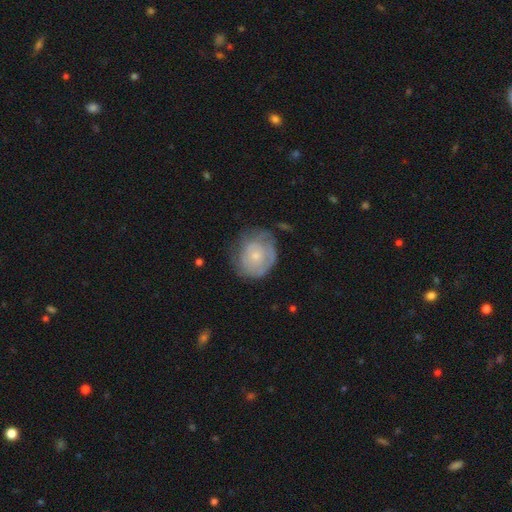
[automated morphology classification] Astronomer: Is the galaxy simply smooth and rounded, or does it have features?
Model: featured or disk — 53% (runner-up: smooth, 40%).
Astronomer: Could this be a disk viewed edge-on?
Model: no — 97%.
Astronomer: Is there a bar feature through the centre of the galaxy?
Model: no — 86%.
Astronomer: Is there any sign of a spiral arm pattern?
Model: yes — 62% (runner-up: no, 38%).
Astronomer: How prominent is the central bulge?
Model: small — 69%.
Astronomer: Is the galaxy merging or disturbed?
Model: none — 55%.